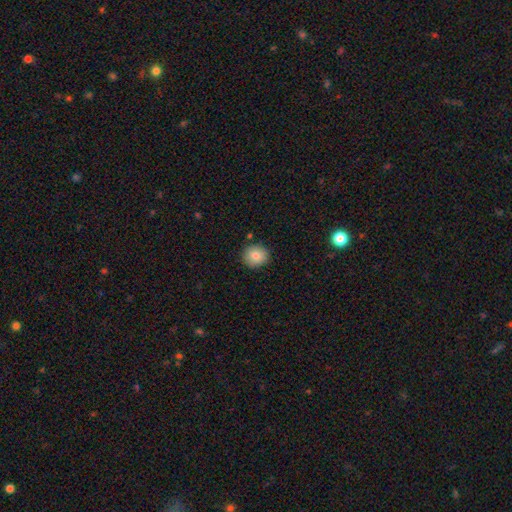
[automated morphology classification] type=smooth (85%); roundness=round (86%); merging=none (88%).